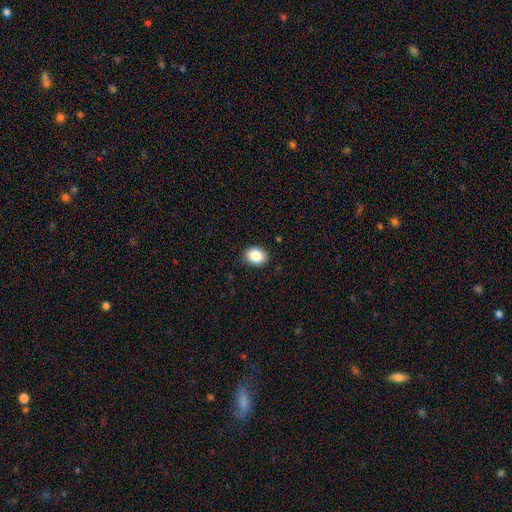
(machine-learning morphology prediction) Smooth or featured?
  - smooth: 87% *
  - star or artifact: 8%
  - featured or disk: 5%
How rounded?
  - in between: 62% *
  - round: 37%
  - cigar-shaped: 1%
Merging?
  - none: 89% *
  - minor disturbance: 8%
  - major disturbance: 2%
  - merger: 1%